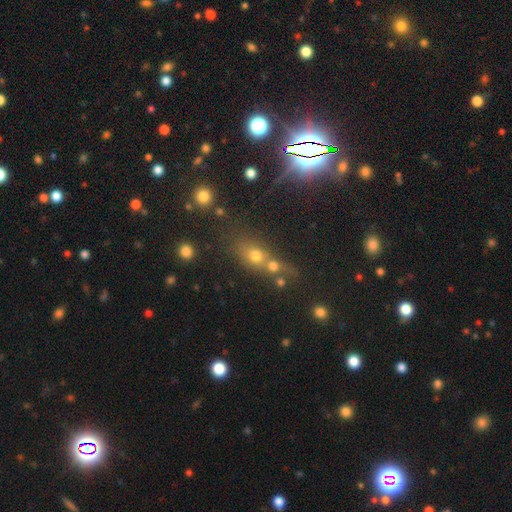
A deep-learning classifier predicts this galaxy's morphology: The model was most divided on "merging": merger: 49%, none: 37%, minor disturbance: 9%, major disturbance: 6%. More confident: smooth or featured — smooth (63%); how rounded — round (54%).